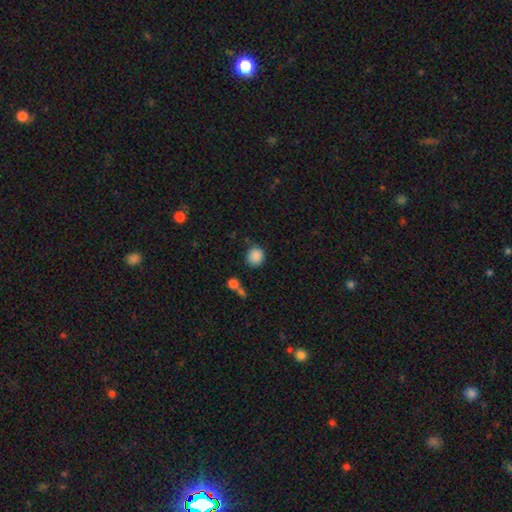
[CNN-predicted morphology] This is clearly a smooth galaxy (87%). How rounded: clearly round (87%). Merging: likely none (78%).